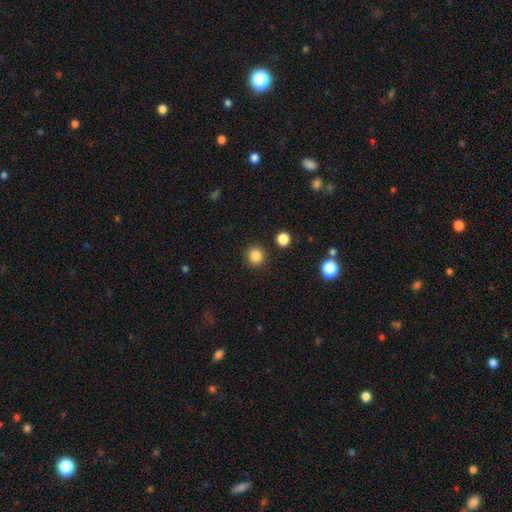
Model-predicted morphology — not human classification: Smooth or featured: smooth — 85% (star or artifact — 11%)
How rounded: round — 93% (in between — 6%)
Merging: none — 91% (minor disturbance — 5%)